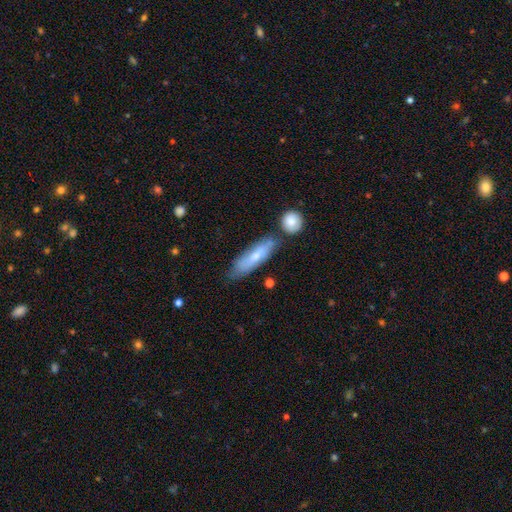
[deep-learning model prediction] smooth_or_featured: smooth (p=0.60) [alt: featured or disk p=0.34]
how_rounded: cigar-shaped (p=0.67) [alt: in between p=0.31]
merging: none (p=0.65) [alt: minor disturbance p=0.19]